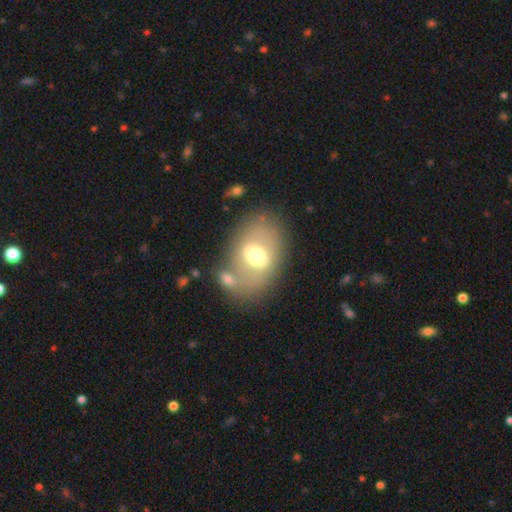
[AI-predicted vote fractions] A smooth galaxy with no disk features (49%). Merging: none (65%).